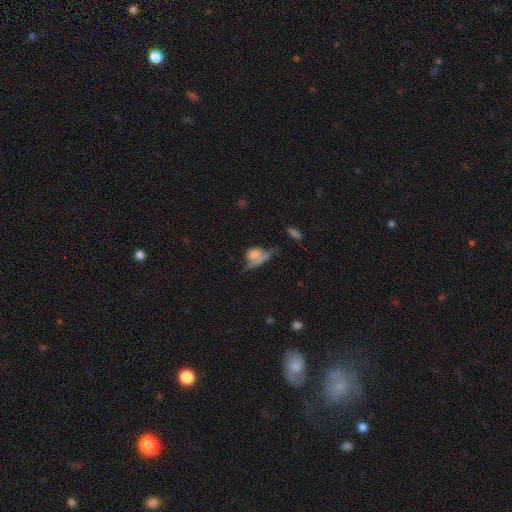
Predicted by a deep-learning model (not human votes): Overall: smooth (66%). How rounded: in between (58%; round 34%). Merging: none (28%; merger 27%).